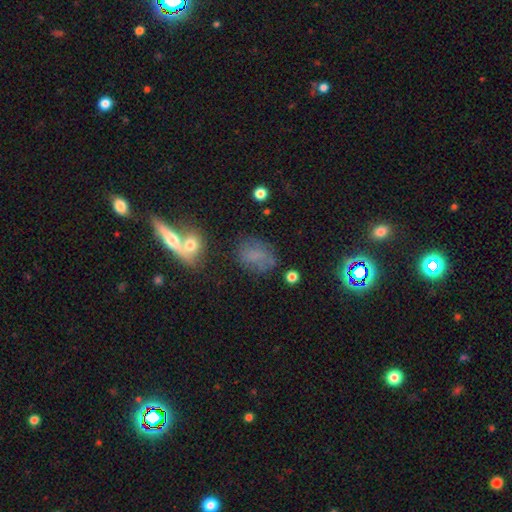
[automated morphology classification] Smooth or featured? smooth (55%)
How rounded? in between (62%)
Merging? none (55%)